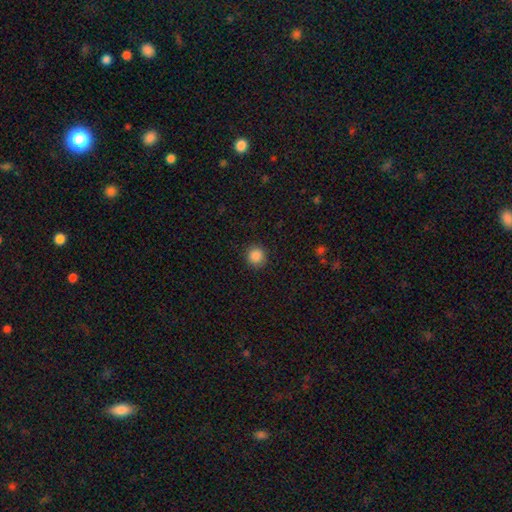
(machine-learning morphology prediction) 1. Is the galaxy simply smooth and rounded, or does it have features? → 87% smooth, 10% star or artifact, 3% featured or disk.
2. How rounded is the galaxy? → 93% round, 6% in between, 1% cigar-shaped.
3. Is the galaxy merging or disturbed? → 90% none, 6% minor disturbance, 2% major disturbance, 1% merger.